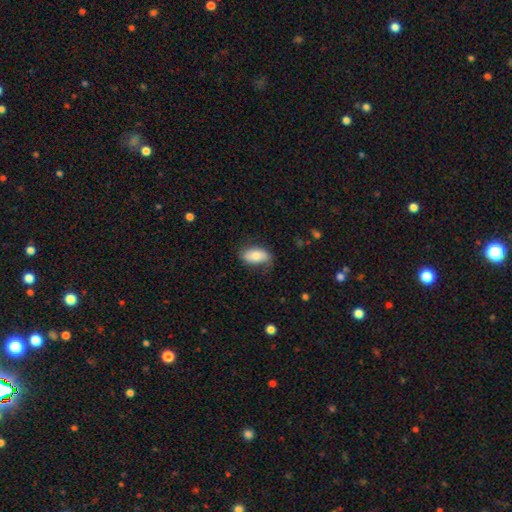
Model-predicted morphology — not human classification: A smooth galaxy with no disk features (73%) that is in between round and cigar-shaped (93%).

Vote fractions:
- Smooth or featured? smooth: 73% / featured or disk: 21% / star or artifact: 6%
- How rounded? in between: 93% / round: 5% / cigar-shaped: 3%
- Merging? none: 66% / minor disturbance: 24% / major disturbance: 8% / merger: 1%